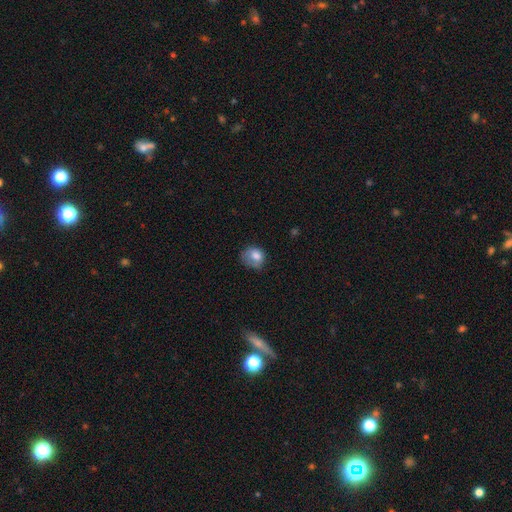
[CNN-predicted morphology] A smooth galaxy with no disk features (76%) that is round (62%). Merging: none (42%).